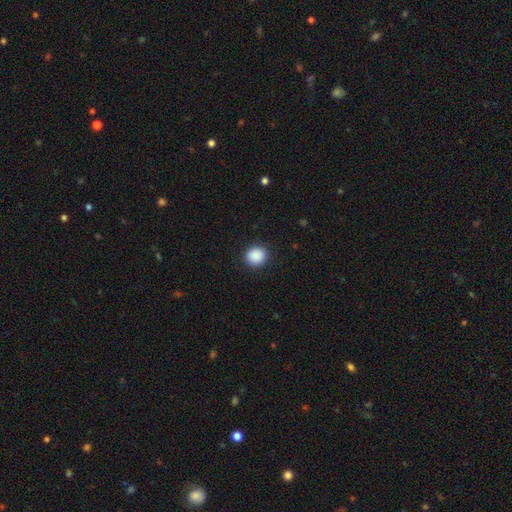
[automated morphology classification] type=smooth (90%); roundness=round (85%); merging=none (91%).